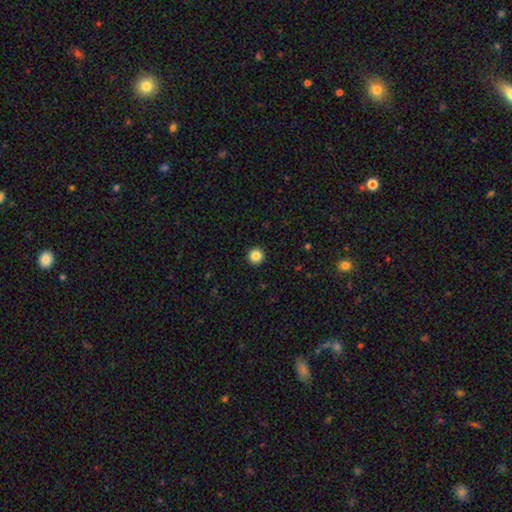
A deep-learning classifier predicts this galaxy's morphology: smooth_or_featured: smooth (p=0.85) [alt: star or artifact p=0.11]
how_rounded: round (p=0.96) [alt: in between p=0.03]
merging: none (p=0.94) [alt: minor disturbance p=0.04]